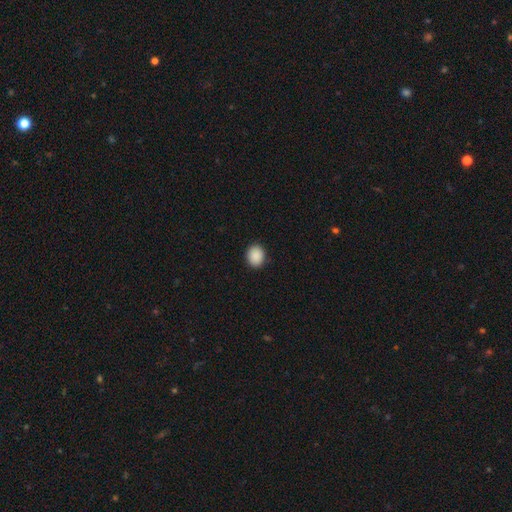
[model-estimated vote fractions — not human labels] Smooth or featured?
  - smooth: 90% *
  - star or artifact: 8%
  - featured or disk: 2%
How rounded?
  - round: 55% *
  - in between: 44%
  - cigar-shaped: 1%
Merging?
  - none: 90% *
  - minor disturbance: 7%
  - major disturbance: 2%
  - merger: 1%